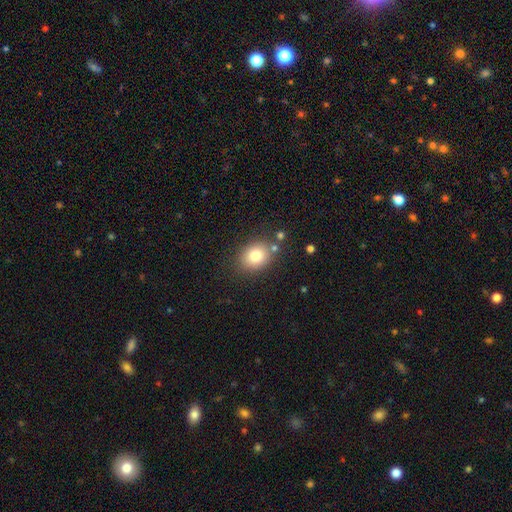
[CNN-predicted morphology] smooth 79%, star or artifact 11%, featured or disk 10%. Down the decision tree: how rounded — round (50%); merging — none (78%).